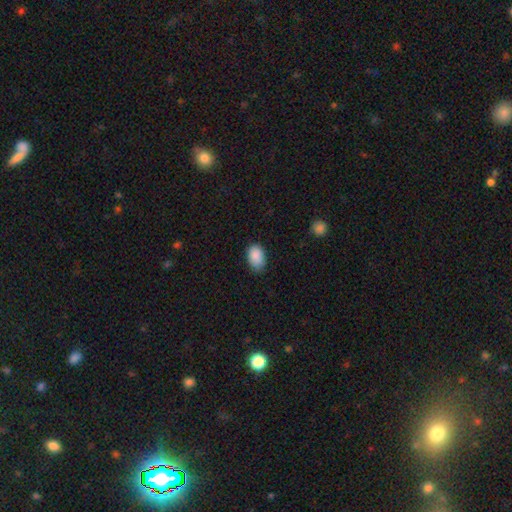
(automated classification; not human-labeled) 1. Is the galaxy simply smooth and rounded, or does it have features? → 89% smooth, 7% star or artifact, 4% featured or disk.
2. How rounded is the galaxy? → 89% in between, 10% round, 1% cigar-shaped.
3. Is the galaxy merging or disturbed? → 77% none, 19% minor disturbance, 3% major disturbance, 1% merger.